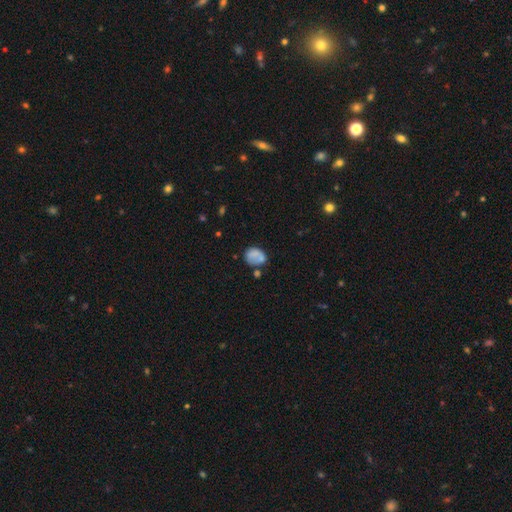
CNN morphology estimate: Smooth or featured?
  - smooth: 73% *
  - featured or disk: 17%
  - star or artifact: 10%
How rounded?
  - round: 55% *
  - in between: 44%
  - cigar-shaped: 1%
Merging?
  - none: 51% *
  - minor disturbance: 23%
  - merger: 14%
  - major disturbance: 12%